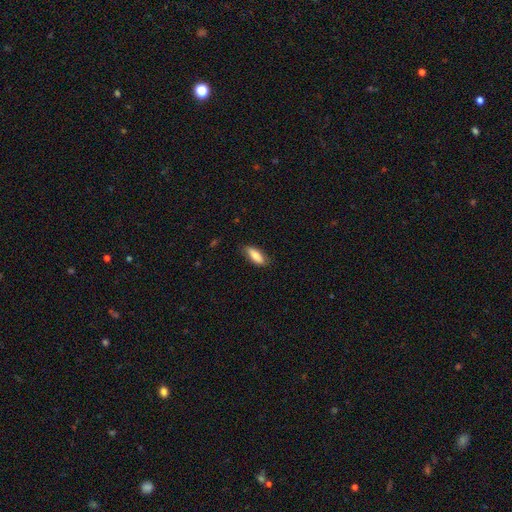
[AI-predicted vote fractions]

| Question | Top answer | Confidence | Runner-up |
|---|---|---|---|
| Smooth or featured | smooth | 80% | featured or disk (14%) |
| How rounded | in between | 66% | cigar-shaped (32%) |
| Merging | none | 80% | minor disturbance (16%) |